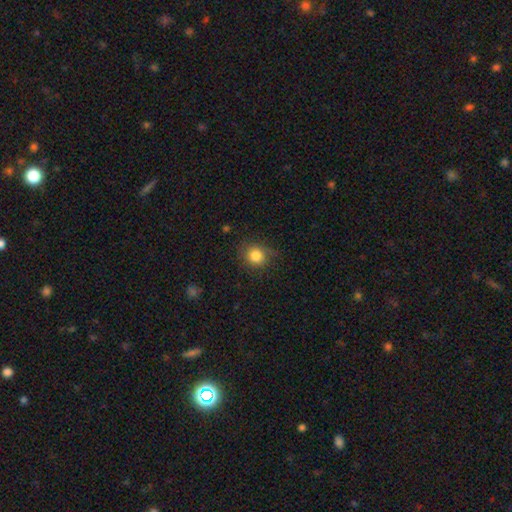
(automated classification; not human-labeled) Smooth or featured: smooth — 83% (star or artifact — 11%)
How rounded: round — 84% (in between — 15%)
Merging: none — 75% (minor disturbance — 19%)